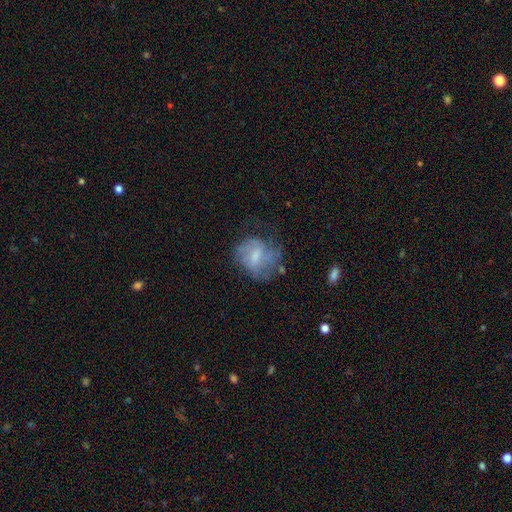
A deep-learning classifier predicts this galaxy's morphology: Smooth or featured? Predicted: featured or disk (p=0.54). Edge-on disk? Predicted: no (p=0.97). Bar? Predicted: weak (p=0.53). Spiral arms? Predicted: yes (p=0.66). Bulge size? Predicted: moderate (p=0.37). Merging? Predicted: none (p=0.45).